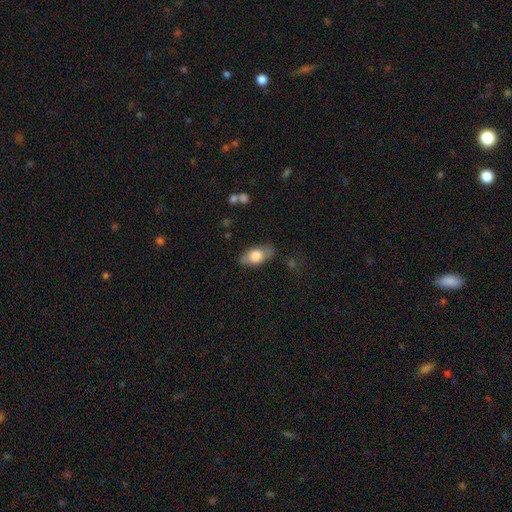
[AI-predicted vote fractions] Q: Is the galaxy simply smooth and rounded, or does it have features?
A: smooth — 72%.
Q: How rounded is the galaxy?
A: in between — 87%.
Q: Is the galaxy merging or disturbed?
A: none — 73%.